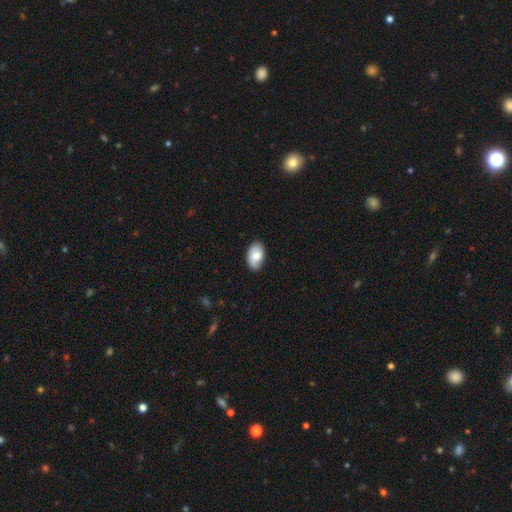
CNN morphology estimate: Smooth or featured? Predicted: smooth (p=0.75). How rounded? Predicted: in between (p=0.92). Merging? Predicted: none (p=0.78).